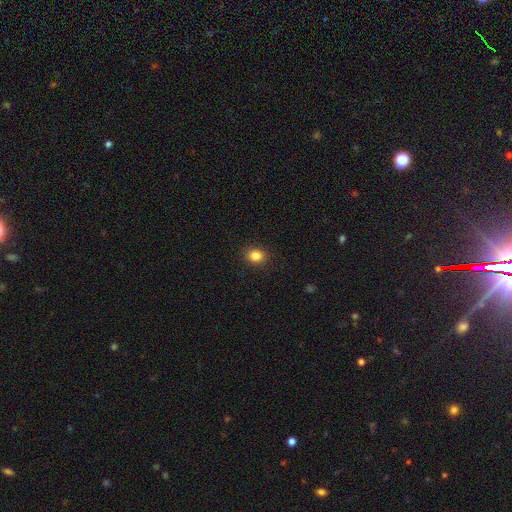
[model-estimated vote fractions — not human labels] smooth 85%, star or artifact 11%, featured or disk 4%. Down the decision tree: how rounded — round (63%); merging — none (90%).